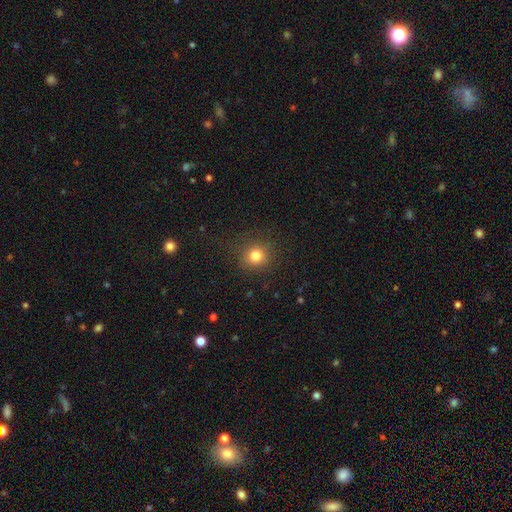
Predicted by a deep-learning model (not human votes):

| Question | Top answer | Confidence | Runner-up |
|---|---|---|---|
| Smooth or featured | smooth | 80% | star or artifact (14%) |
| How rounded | round | 89% | in between (10%) |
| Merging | none | 87% | minor disturbance (8%) |